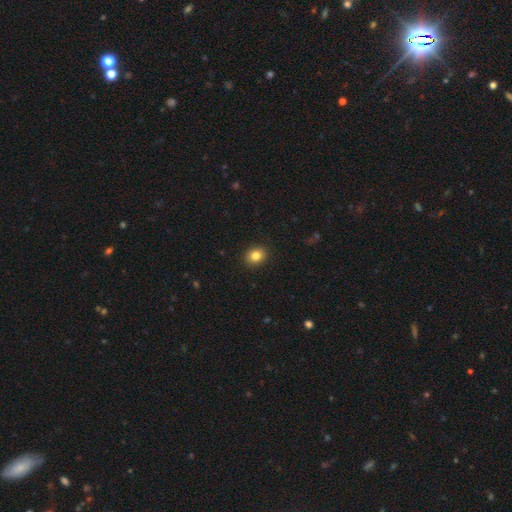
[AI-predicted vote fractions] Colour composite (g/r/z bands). It shows a smooth galaxy with no disk features (84%) that is round (65%). Merging: none (92%).